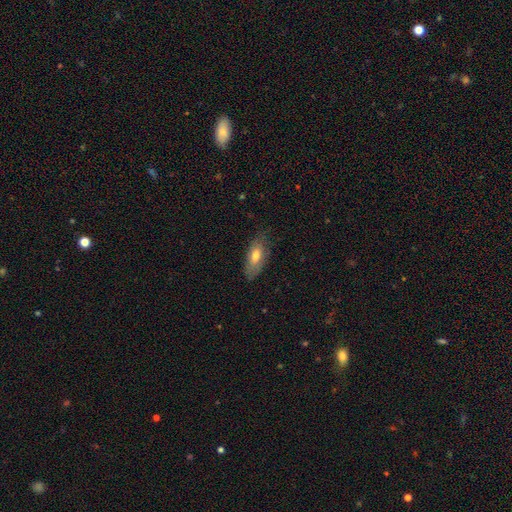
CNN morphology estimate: This is likely a smooth galaxy (67%). How rounded: clearly in between (81%). Merging: likely none (74%).